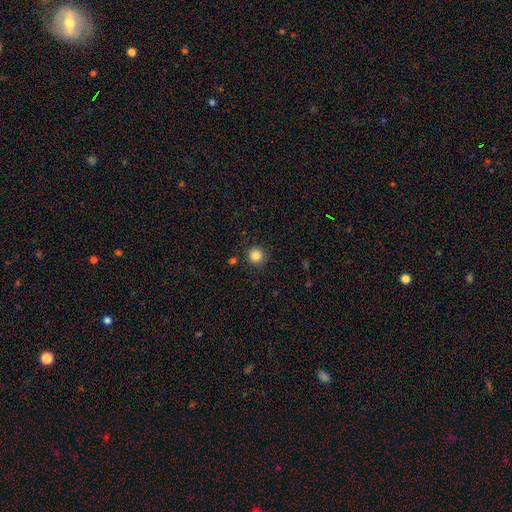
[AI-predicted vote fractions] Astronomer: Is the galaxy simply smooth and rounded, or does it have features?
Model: smooth — 85%.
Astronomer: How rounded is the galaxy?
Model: round — 95%.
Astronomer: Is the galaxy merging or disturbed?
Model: none — 90%.